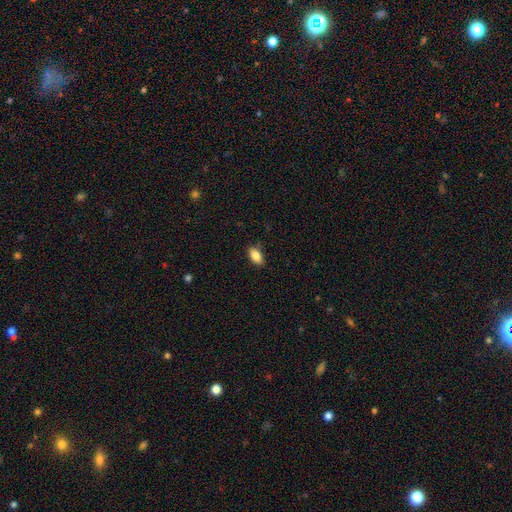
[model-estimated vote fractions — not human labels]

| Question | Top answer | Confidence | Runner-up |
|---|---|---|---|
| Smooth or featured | smooth | 85% | star or artifact (8%) |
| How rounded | in between | 91% | round (5%) |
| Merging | none | 84% | minor disturbance (13%) |